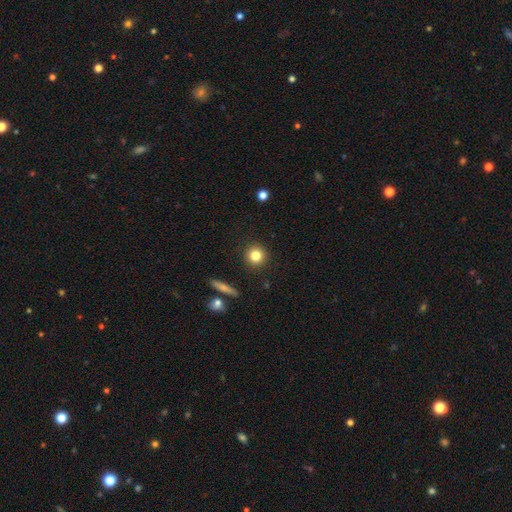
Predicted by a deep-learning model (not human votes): smooth_or_featured: smooth (p=0.82) [alt: star or artifact p=0.10]
how_rounded: round (p=0.93) [alt: in between p=0.06]
merging: none (p=0.91) [alt: minor disturbance p=0.05]